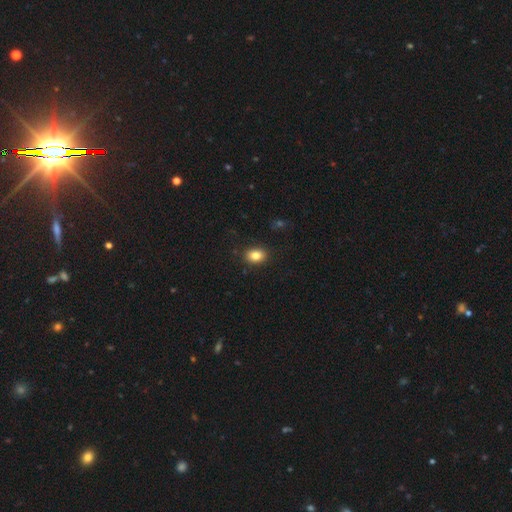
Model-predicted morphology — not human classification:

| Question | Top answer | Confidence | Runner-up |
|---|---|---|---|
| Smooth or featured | smooth | 84% | star or artifact (9%) |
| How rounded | in between | 73% | round (26%) |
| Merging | none | 88% | minor disturbance (8%) |